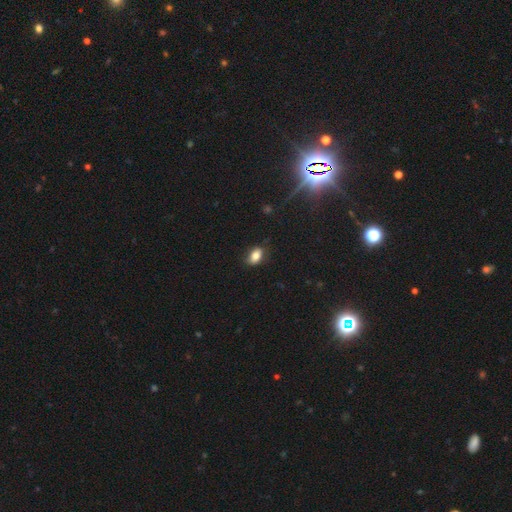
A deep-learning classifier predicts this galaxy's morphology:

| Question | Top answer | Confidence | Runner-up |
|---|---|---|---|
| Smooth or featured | smooth | 81% | featured or disk (10%) |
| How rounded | in between | 86% | round (12%) |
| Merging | none | 77% | minor disturbance (18%) |